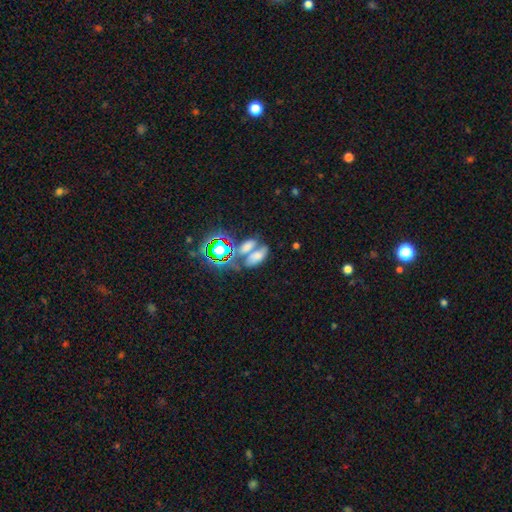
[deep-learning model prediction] smooth_or_featured: smooth (p=0.60) [alt: star or artifact p=0.24]
how_rounded: in between (p=0.80) [alt: cigar-shaped p=0.11]
merging: merger (p=0.49) [alt: none p=0.33]